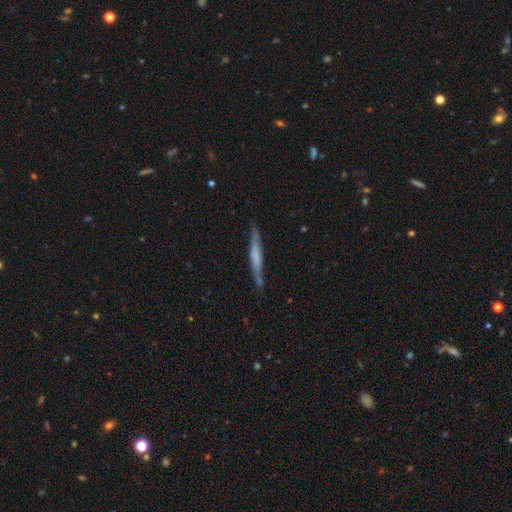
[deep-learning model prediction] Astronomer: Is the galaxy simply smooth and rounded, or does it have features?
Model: featured or disk — 48% (runner-up: smooth, 46%).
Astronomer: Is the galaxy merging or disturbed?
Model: none — 83%.